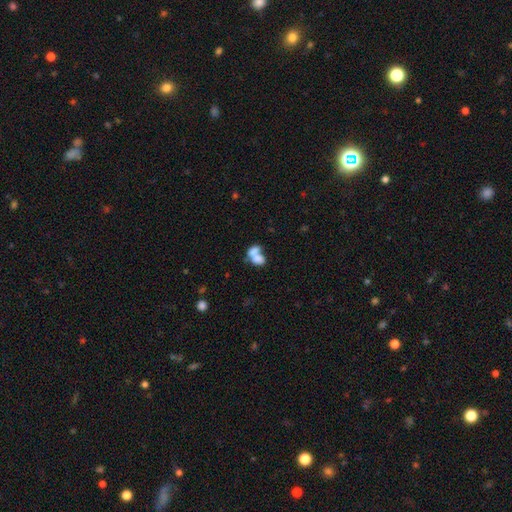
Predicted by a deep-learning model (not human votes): Q: Smooth or featured?
A: smooth (71%); runner-up: featured or disk (20%)
Q: How rounded?
A: in between (78%); runner-up: round (20%)
Q: Merging?
A: merger (70%); runner-up: none (16%)